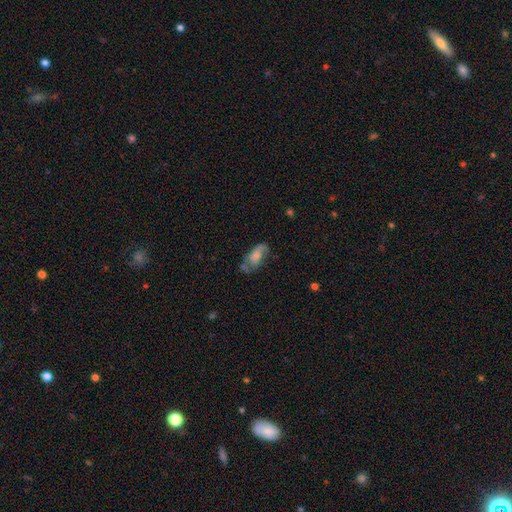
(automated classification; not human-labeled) The model was most divided on "smooth or featured": featured or disk: 48%, smooth: 43%, star or artifact: 9%. Remaining: merging — none (47%).